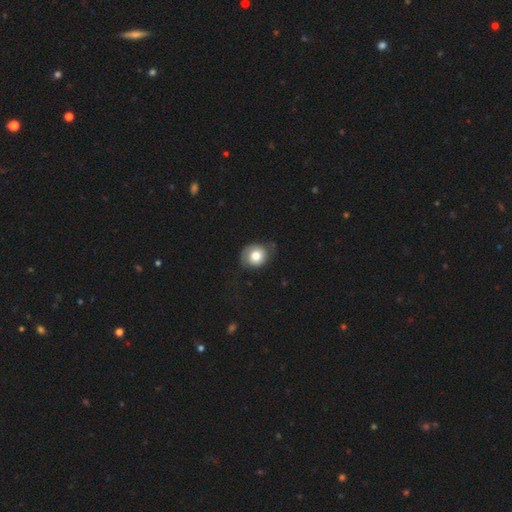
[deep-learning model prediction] Morphology: type=smooth (70%); roundness=round (71%); merging=none (61%).